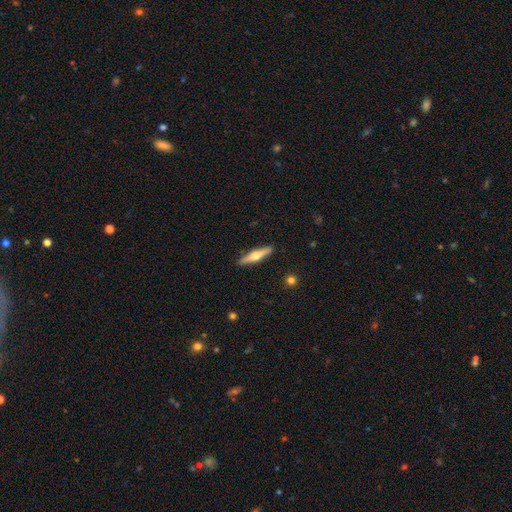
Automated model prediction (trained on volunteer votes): smooth_or_featured: featured or disk (p=0.64) [alt: smooth p=0.31]
disk_edge_on: yes (p=0.97) [alt: no p=0.03]
edge_on_bulge: rounded (p=0.94) [alt: boxy p=0.03]
merging: none (p=0.91) [alt: minor disturbance p=0.06]